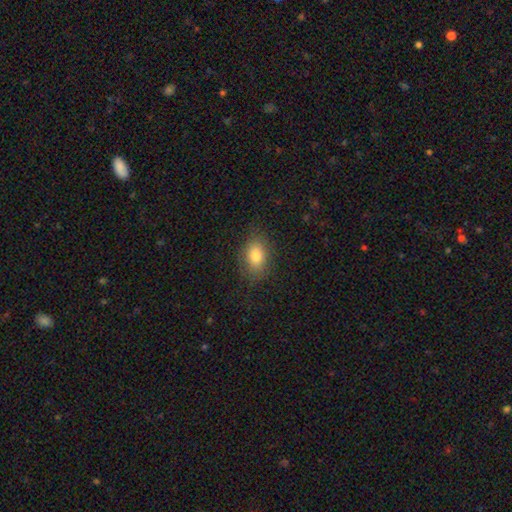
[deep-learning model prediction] Smooth or featured? Predicted: smooth (p=0.79). How rounded? Predicted: in between (p=0.79). Merging? Predicted: none (p=0.79).